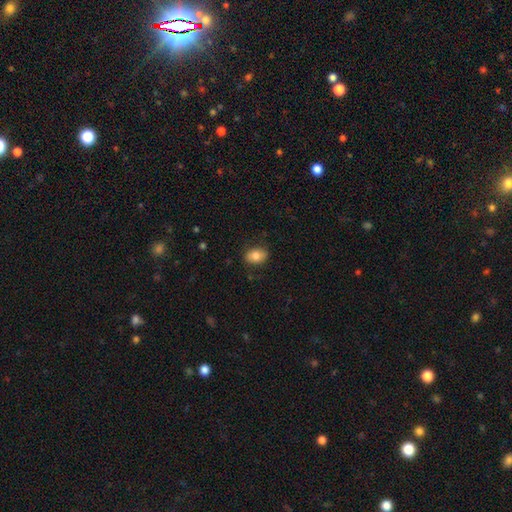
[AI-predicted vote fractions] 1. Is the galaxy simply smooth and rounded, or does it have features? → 82% smooth, 10% featured or disk, 8% star or artifact.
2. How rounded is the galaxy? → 77% in between, 21% round, 1% cigar-shaped.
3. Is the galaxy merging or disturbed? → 83% none, 13% minor disturbance, 3% major disturbance, 1% merger.